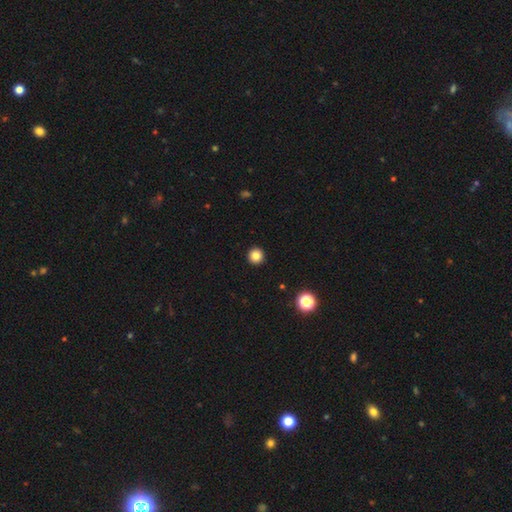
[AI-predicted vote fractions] Q: Smooth or featured?
A: smooth (83%); runner-up: star or artifact (12%)
Q: How rounded?
A: round (96%); runner-up: in between (3%)
Q: Merging?
A: none (94%); runner-up: minor disturbance (4%)